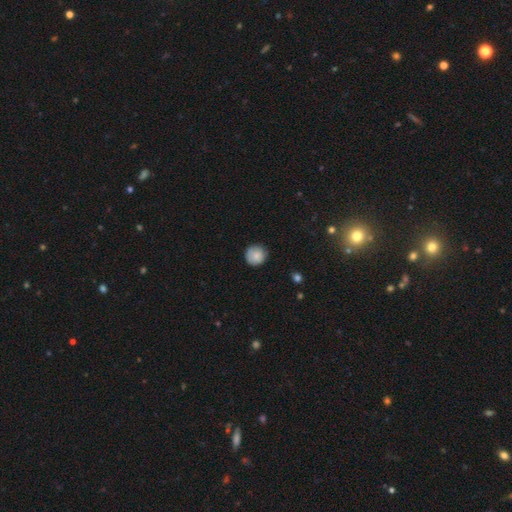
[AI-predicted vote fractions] Smooth or featured? Predicted: smooth (p=0.83). How rounded? Predicted: round (p=0.93). Merging? Predicted: none (p=0.83).